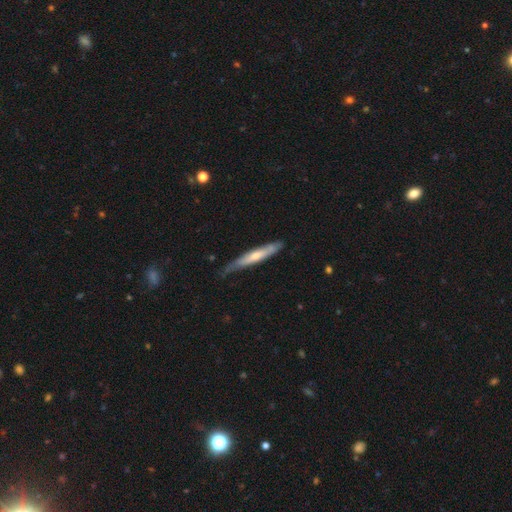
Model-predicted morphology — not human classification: Overall: smooth (49%; featured or disk 47%). Merging: none (68%).